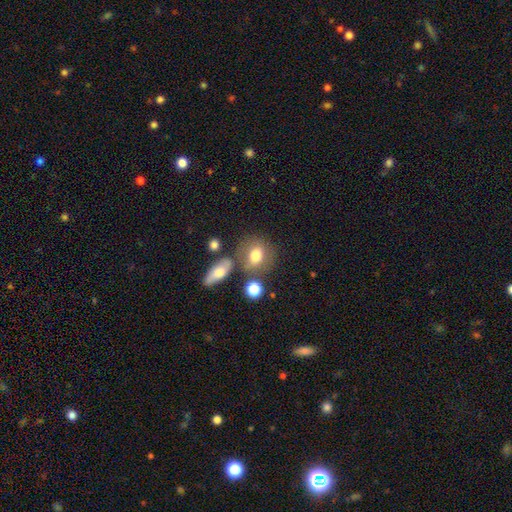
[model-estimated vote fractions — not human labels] smooth_or_featured: smooth (p=0.72) [alt: featured or disk p=0.17]
how_rounded: round (p=0.53) [alt: in between p=0.45]
merging: none (p=0.62) [alt: minor disturbance p=0.16]